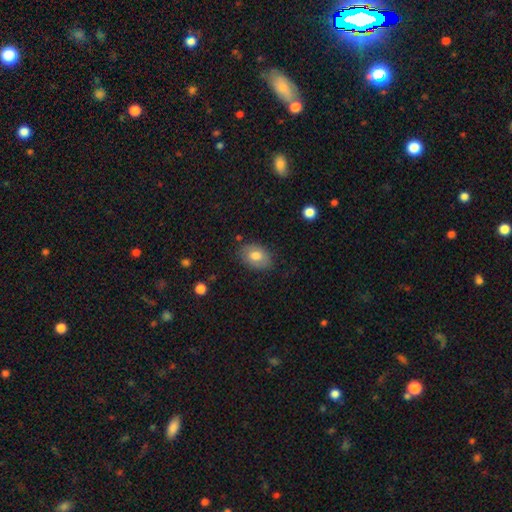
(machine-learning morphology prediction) This is likely a smooth galaxy (73%). How rounded: clearly in between (80%). Merging: likely none (80%).